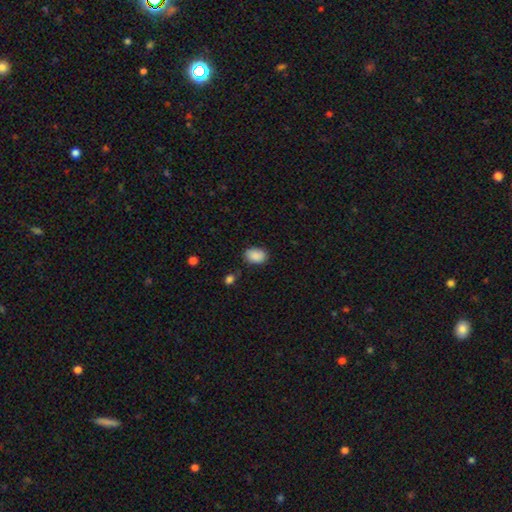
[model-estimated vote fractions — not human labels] This is clearly a smooth galaxy (89%). How rounded: likely in between (79%). Merging: likely none (77%).